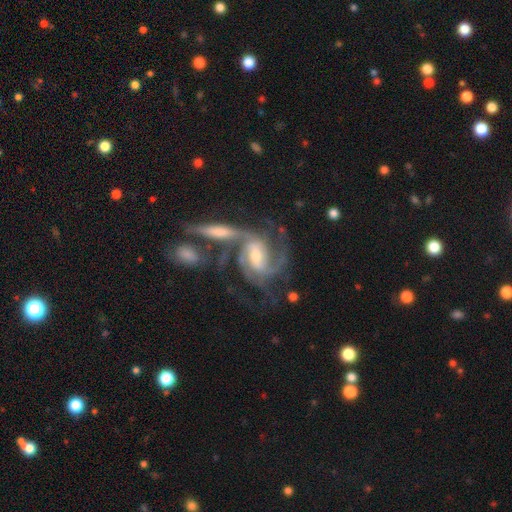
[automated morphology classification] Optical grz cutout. It shows a featured or disk galaxy (91%) with a weak bar (44%), 2 (51%) medium (50%) spiral arms (98%) and a moderate central bulge (51%). Merging: none (44%).